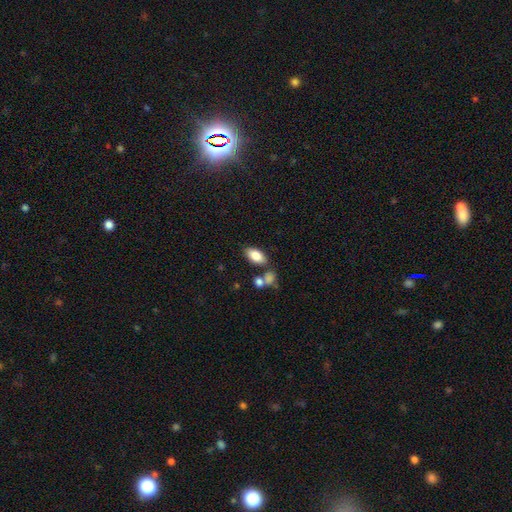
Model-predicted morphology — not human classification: A smooth galaxy with no disk features (82%) that is in between round and cigar-shaped (91%).

Vote fractions:
- Smooth or featured? smooth: 82% / featured or disk: 10% / star or artifact: 7%
- How rounded? in between: 91% / cigar-shaped: 5% / round: 4%
- Merging? none: 70% / merger: 14% / minor disturbance: 12% / major disturbance: 4%